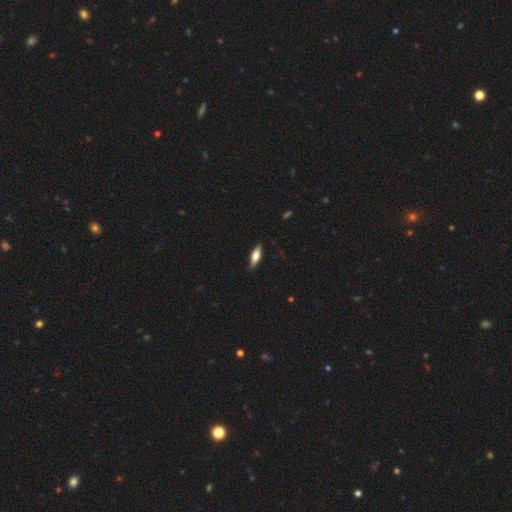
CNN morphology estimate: Q: Smooth or featured?
A: smooth (60%); runner-up: featured or disk (34%)
Q: How rounded?
A: in between (56%); runner-up: cigar-shaped (41%)
Q: Merging?
A: none (83%); runner-up: minor disturbance (13%)